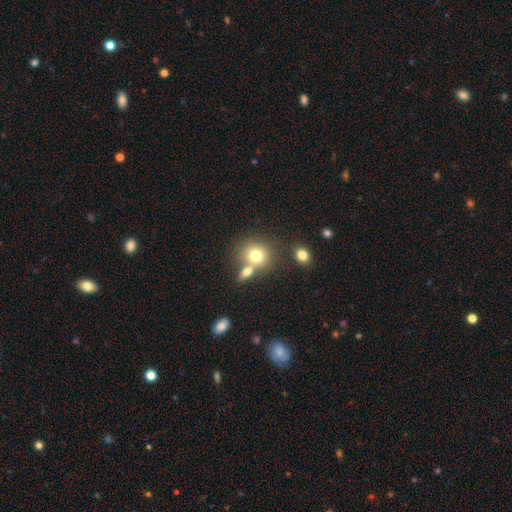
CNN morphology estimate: Smooth or featured?
  - smooth: 75% *
  - featured or disk: 14%
  - star or artifact: 11%
How rounded?
  - round: 76% *
  - in between: 23%
  - cigar-shaped: 1%
Merging?
  - none: 49% *
  - merger: 37%
  - minor disturbance: 10%
  - major disturbance: 4%